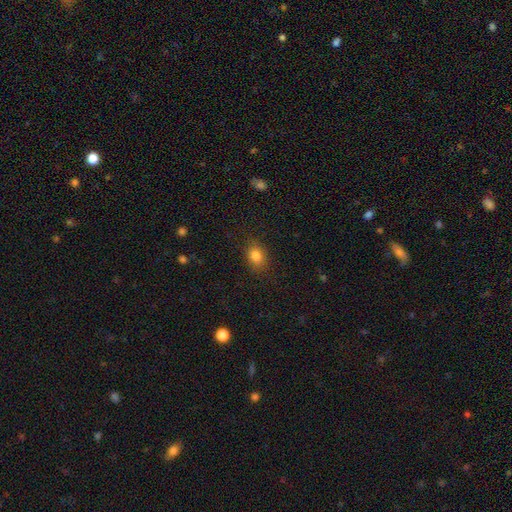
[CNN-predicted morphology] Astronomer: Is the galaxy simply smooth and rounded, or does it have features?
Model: smooth — 82%.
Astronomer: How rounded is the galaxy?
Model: in between — 61% (runner-up: round, 38%).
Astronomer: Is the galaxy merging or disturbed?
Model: none — 85%.